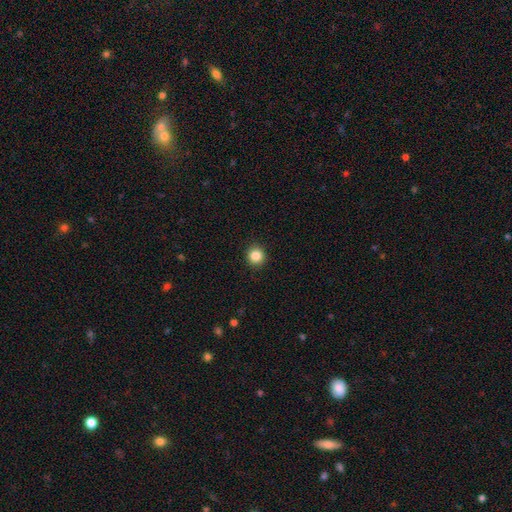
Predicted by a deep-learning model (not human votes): Q: Smooth or featured?
A: smooth (86%); runner-up: star or artifact (10%)
Q: How rounded?
A: round (93%); runner-up: in between (6%)
Q: Merging?
A: none (92%); runner-up: minor disturbance (5%)